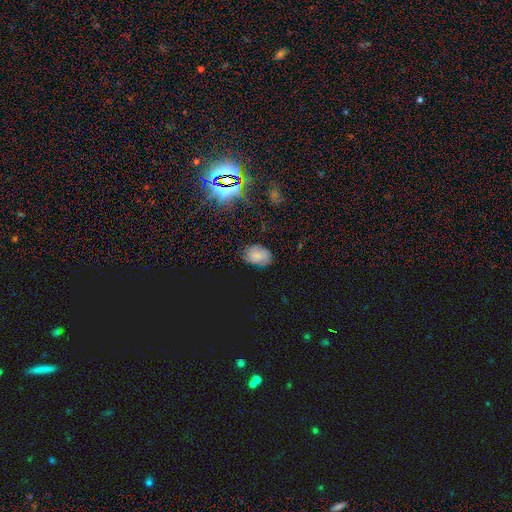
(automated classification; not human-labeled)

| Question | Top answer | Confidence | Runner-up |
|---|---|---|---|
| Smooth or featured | smooth | 52% | featured or disk (28%) |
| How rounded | in between | 77% | round (21%) |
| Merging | none | 73% | minor disturbance (20%) |